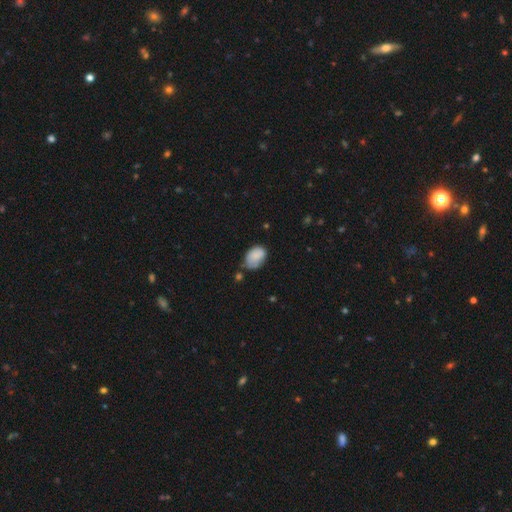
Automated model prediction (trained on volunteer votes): Smooth or featured: smooth — 84% (featured or disk — 9%)
How rounded: in between — 83% (round — 16%)
Merging: none — 47% (minor disturbance — 36%)